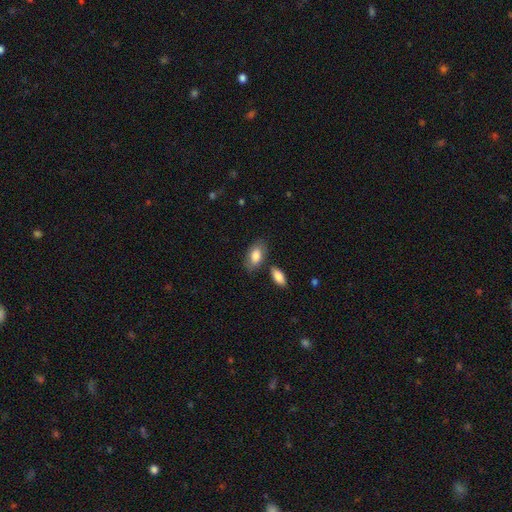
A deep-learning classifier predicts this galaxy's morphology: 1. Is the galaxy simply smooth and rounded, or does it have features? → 82% smooth, 12% featured or disk, 6% star or artifact.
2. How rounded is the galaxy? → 93% in between, 5% round, 3% cigar-shaped.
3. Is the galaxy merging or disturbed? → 73% none, 15% minor disturbance, 8% merger, 4% major disturbance.